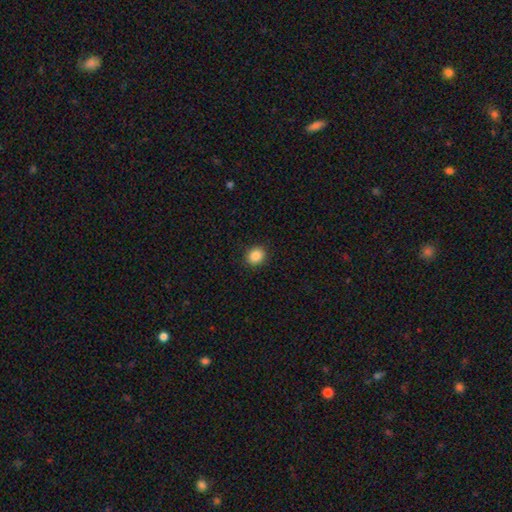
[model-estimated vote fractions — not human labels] A smooth galaxy with no disk features (86%) that is round (71%). Merging: none (91%).